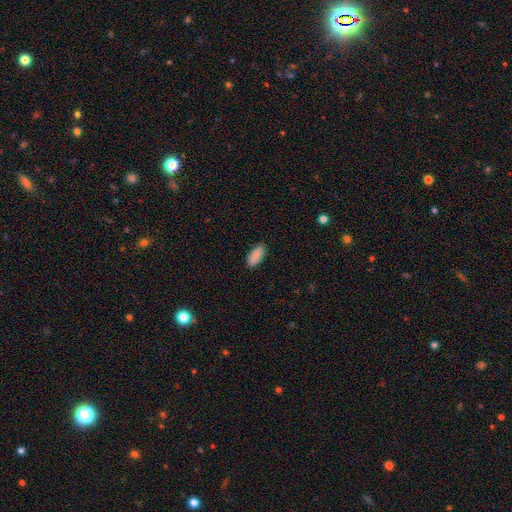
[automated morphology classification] A smooth galaxy with no disk features (89%) that is in between round and cigar-shaped (88%).

Vote fractions:
- Smooth or featured? smooth: 89% / star or artifact: 6% / featured or disk: 5%
- How rounded? in between: 88% / cigar-shaped: 10% / round: 2%
- Merging? none: 85% / minor disturbance: 12% / major disturbance: 2% / merger: 1%